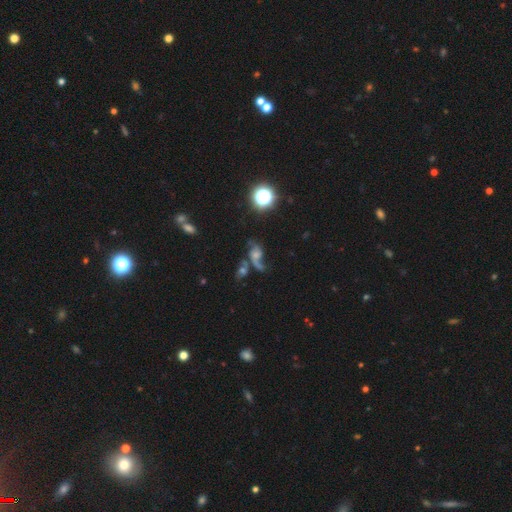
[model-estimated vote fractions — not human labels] A featured or disk galaxy (68%) with no bar (64%), 2 (75%) loose (76%) spiral arms (88%) and a small central bulge (36%).

Vote fractions:
- Smooth or featured? featured or disk: 68% / smooth: 17% / star or artifact: 16%
- Edge-on disk? no: 96% / yes: 4%
- Bar? no: 64% / weak: 29% / strong: 7%
- Spiral arms? yes: 88% / no: 12%
- Spiral winding? loose: 76% / medium: 19% / tight: 5%
- Spiral arm count? 2: 75% / 1: 17% / can't tell: 4% / 3: 2% / 4: 1% / more than 4: 1%
- Bulge size? small: 36% / moderate: 33% / none: 20% / large: 8% / dominant: 3%
- Merging? none: 36% / merger: 27% / major disturbance: 21% / minor disturbance: 16%